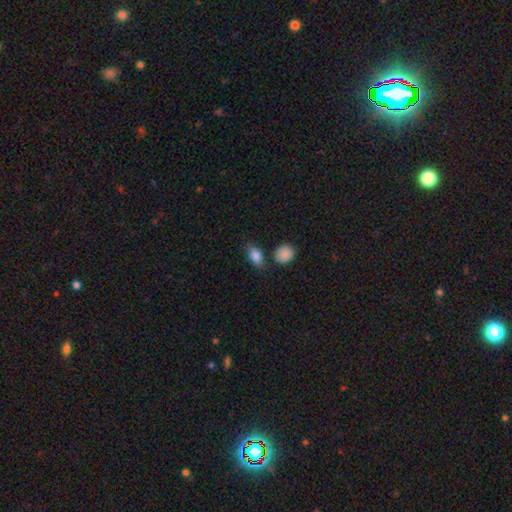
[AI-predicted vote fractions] The model was most divided on "merging": none: 65%, minor disturbance: 19%, merger: 10%, major disturbance: 5%. More confident: smooth or featured — smooth (85%); how rounded — in between (84%).